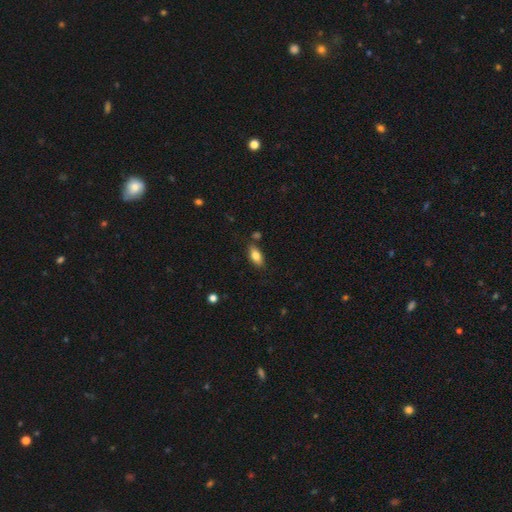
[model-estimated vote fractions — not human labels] Morphology: type=smooth (80%); roundness=in between (88%); merging=none (81%).